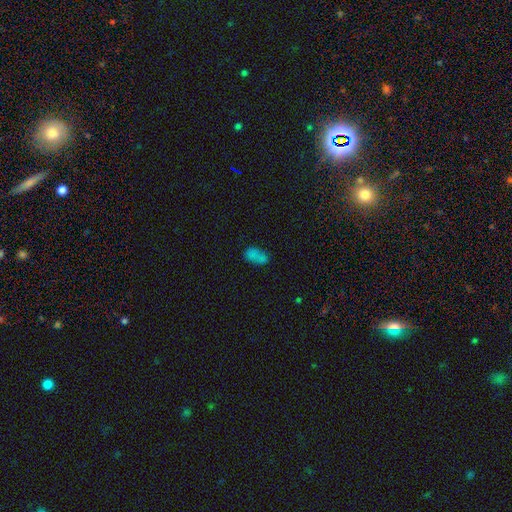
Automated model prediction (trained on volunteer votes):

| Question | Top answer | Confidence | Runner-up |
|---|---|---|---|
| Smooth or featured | smooth | 73% | star or artifact (17%) |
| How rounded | in between | 89% | round (8%) |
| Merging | none | 54% | minor disturbance (19%) |